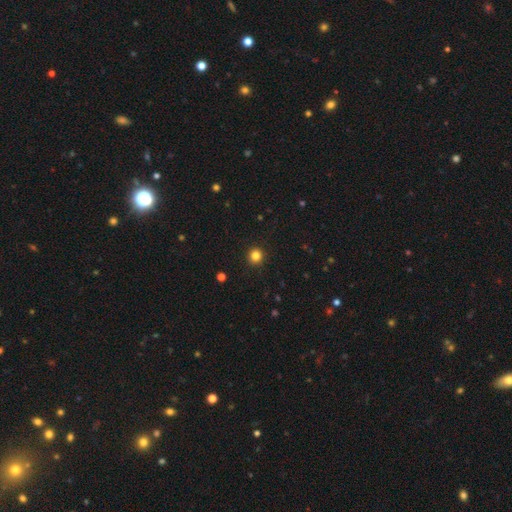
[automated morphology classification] Smooth or featured? smooth (83%)
How rounded? round (94%)
Merging? none (93%)